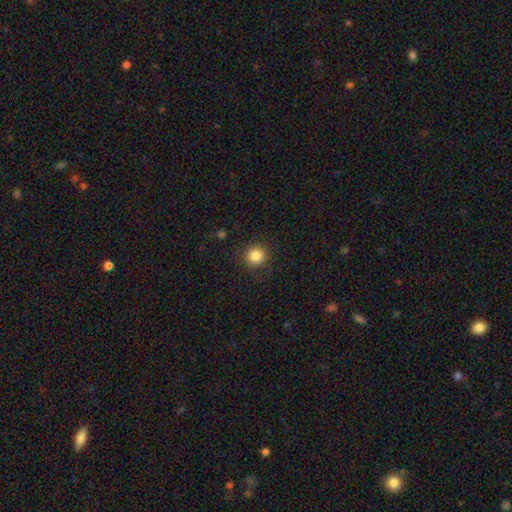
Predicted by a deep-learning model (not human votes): A smooth galaxy with no disk features (85%) that is round (93%).

Vote fractions:
- Smooth or featured? smooth: 85% / star or artifact: 11% / featured or disk: 4%
- How rounded? round: 93% / in between: 7% / cigar-shaped: 1%
- Merging? none: 89% / minor disturbance: 7% / major disturbance: 3% / merger: 1%